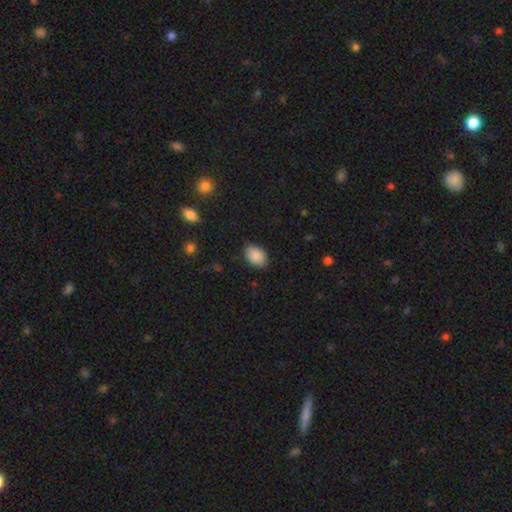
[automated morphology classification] This is clearly a smooth galaxy (89%). How rounded: clearly in between (87%). Merging: clearly none (87%).